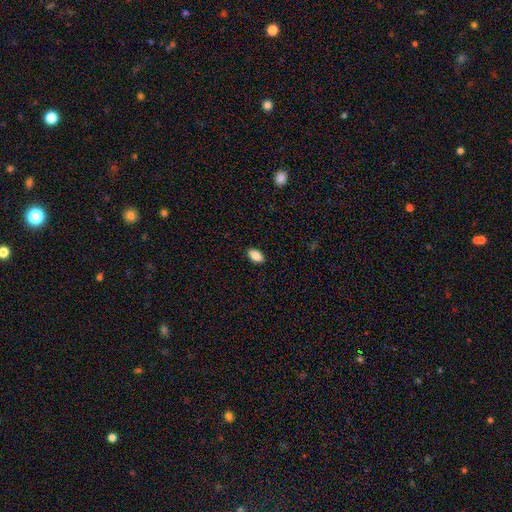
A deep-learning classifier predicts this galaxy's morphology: This appears to be a smooth galaxy with no disk features (87%) that is in between round and cigar-shaped (92%). Merging: none (89%).